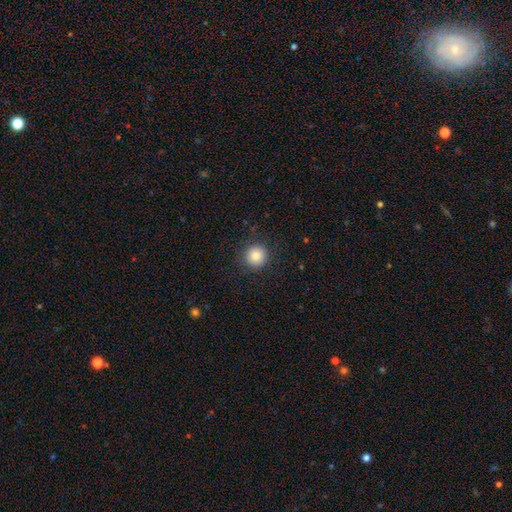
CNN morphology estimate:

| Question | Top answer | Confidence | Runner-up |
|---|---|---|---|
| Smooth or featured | smooth | 84% | star or artifact (10%) |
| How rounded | round | 94% | in between (5%) |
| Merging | none | 89% | minor disturbance (7%) |